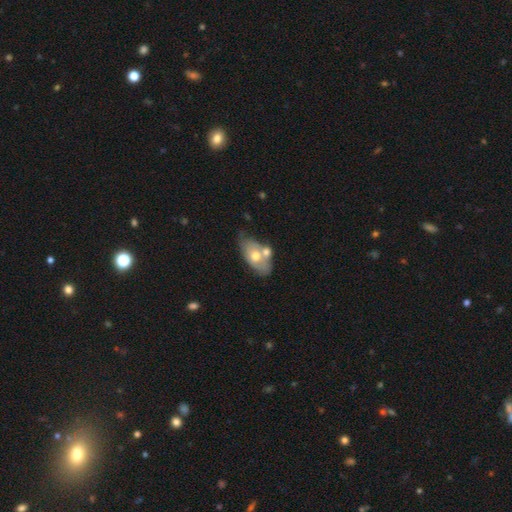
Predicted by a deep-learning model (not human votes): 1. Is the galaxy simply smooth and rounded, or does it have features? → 52% smooth, 43% featured or disk, 6% star or artifact.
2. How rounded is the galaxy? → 90% in between, 7% round, 3% cigar-shaped.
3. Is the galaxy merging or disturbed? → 38% none, 35% merger, 19% minor disturbance, 7% major disturbance.